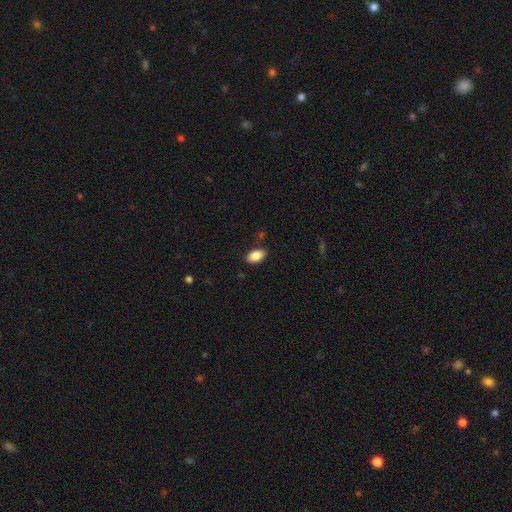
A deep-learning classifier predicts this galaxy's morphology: This is clearly a smooth galaxy (88%). How rounded: clearly in between (93%). Merging: clearly none (86%).